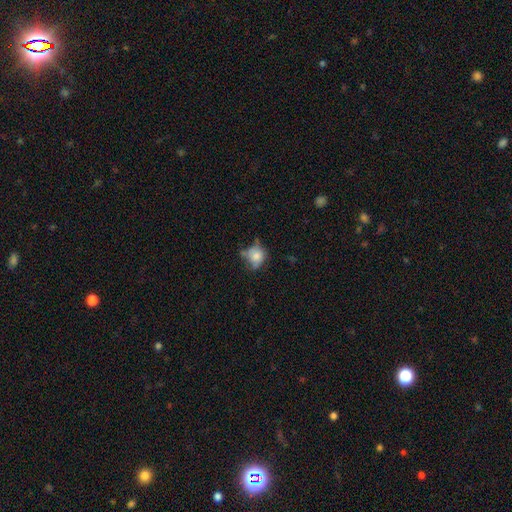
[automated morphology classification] Smooth or featured?
  - smooth: 66% *
  - featured or disk: 24%
  - star or artifact: 11%
How rounded?
  - round: 66% *
  - in between: 33%
  - cigar-shaped: 1%
Merging?
  - none: 42% *
  - minor disturbance: 31%
  - major disturbance: 16%
  - merger: 12%